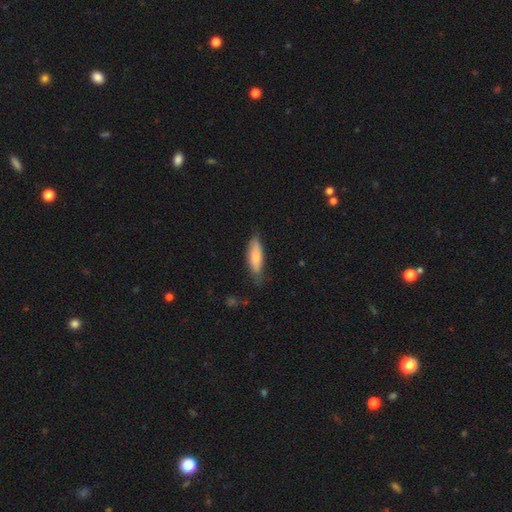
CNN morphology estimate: smooth 74%, featured or disk 20%, star or artifact 6%. Down the decision tree: how rounded — cigar-shaped (49%, tied with in between); merging — none (72%).